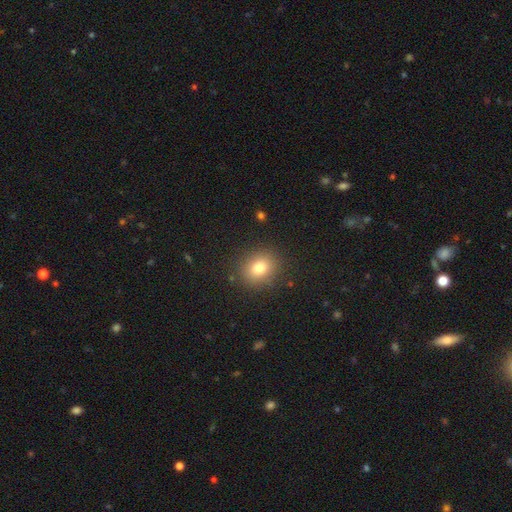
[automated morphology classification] A smooth galaxy with no disk features (75%) that is round (77%). Merging: none (91%).